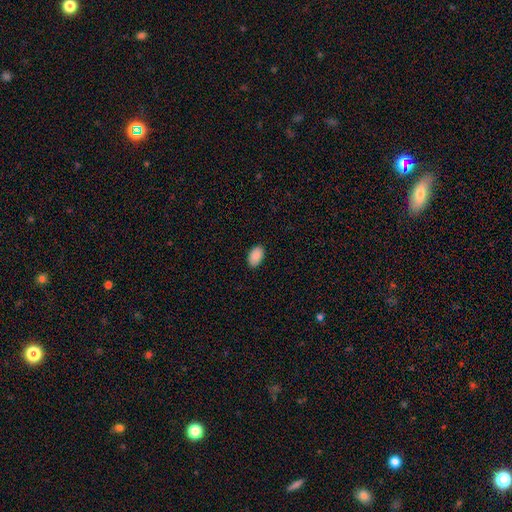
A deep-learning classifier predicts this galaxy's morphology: type=smooth (90%); roundness=in between (94%); merging=none (89%).